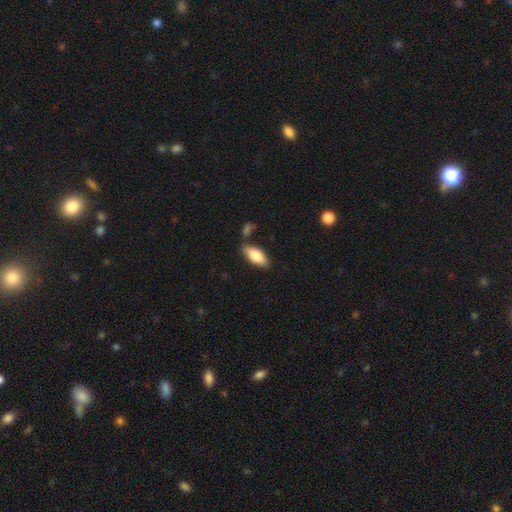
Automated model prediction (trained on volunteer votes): Smooth or featured: smooth — 76% (featured or disk — 18%)
How rounded: in between — 80% (cigar-shaped — 18%)
Merging: none — 77% (minor disturbance — 14%)